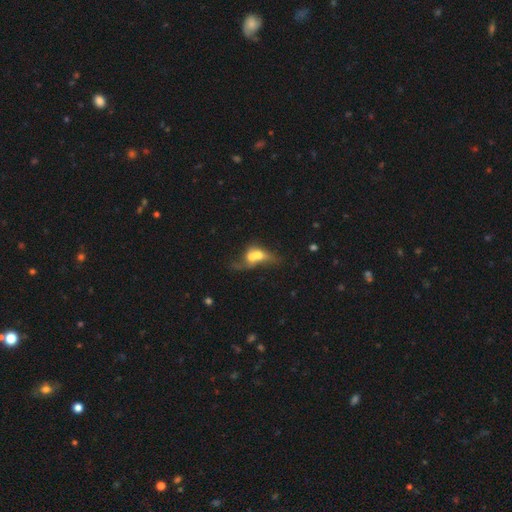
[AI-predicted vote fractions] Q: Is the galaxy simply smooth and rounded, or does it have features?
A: smooth — 54%.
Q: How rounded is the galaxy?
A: in between — 53%.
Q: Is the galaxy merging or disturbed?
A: merger — 77%.